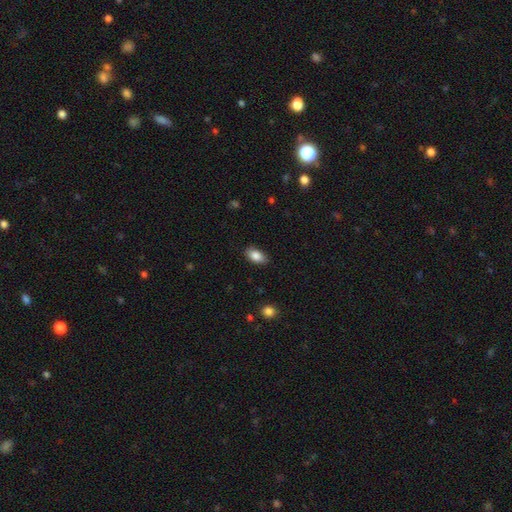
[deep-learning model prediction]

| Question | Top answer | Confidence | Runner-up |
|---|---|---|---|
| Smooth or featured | smooth | 86% | star or artifact (8%) |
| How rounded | in between | 91% | round (6%) |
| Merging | none | 84% | minor disturbance (13%) |